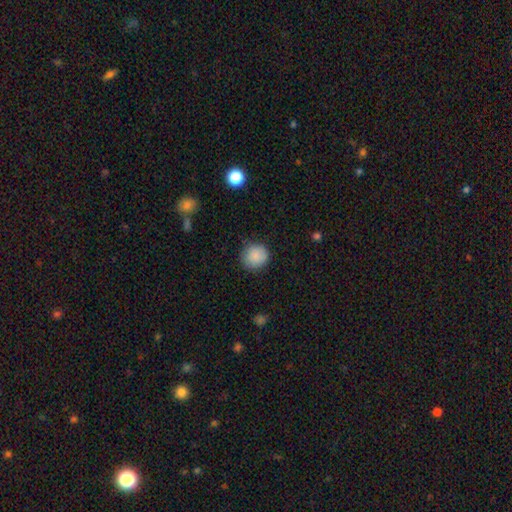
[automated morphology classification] The model was most divided on "merging": none: 84%, minor disturbance: 12%, major disturbance: 3%, merger: 1%. More confident: how rounded — round (90%); smooth or featured — smooth (87%).